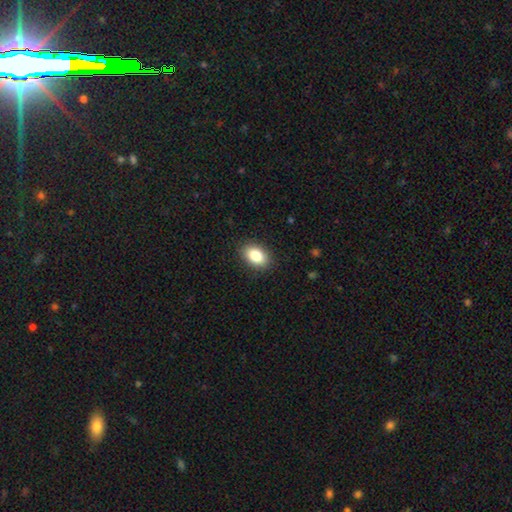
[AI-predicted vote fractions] A smooth galaxy with no disk features (85%) that is in between round and cigar-shaped (86%).

Vote fractions:
- Smooth or featured? smooth: 85% / star or artifact: 8% / featured or disk: 7%
- How rounded? in between: 86% / round: 13% / cigar-shaped: 1%
- Merging? none: 88% / minor disturbance: 9% / major disturbance: 2% / merger: 1%